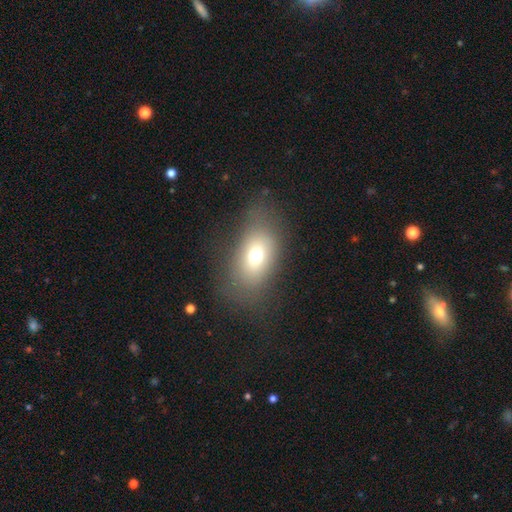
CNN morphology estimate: Smooth or featured?
  - smooth: 68% *
  - featured or disk: 18%
  - star or artifact: 14%
How rounded?
  - in between: 79% *
  - round: 19%
  - cigar-shaped: 2%
Merging?
  - none: 69% *
  - minor disturbance: 17%
  - major disturbance: 12%
  - merger: 1%